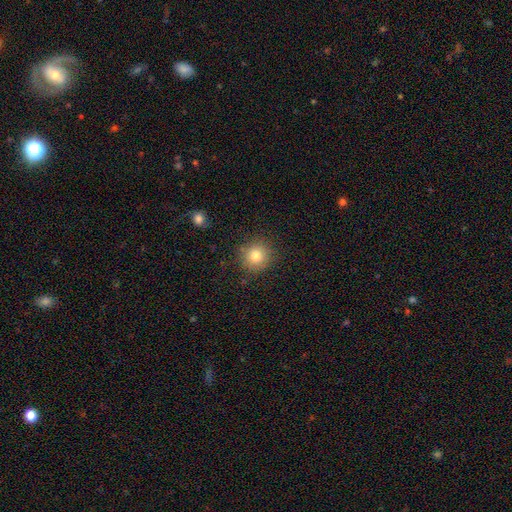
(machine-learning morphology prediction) Smooth or featured: smooth — 80% (star or artifact — 12%)
How rounded: round — 91% (in between — 9%)
Merging: none — 88% (minor disturbance — 8%)